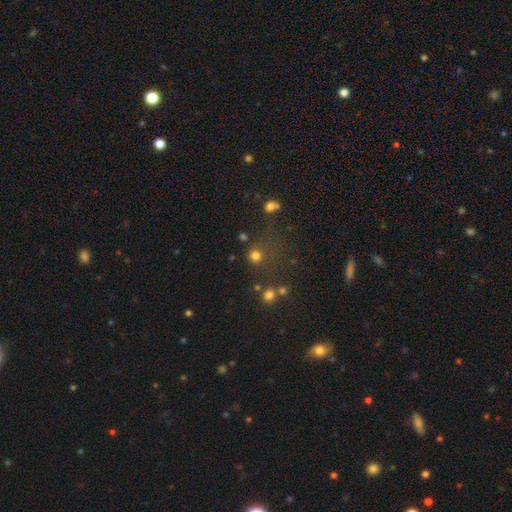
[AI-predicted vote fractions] The model was most divided on "smooth or featured": smooth: 75%, star or artifact: 19%, featured or disk: 6%. More confident: how rounded — round (90%); merging — none (70%).